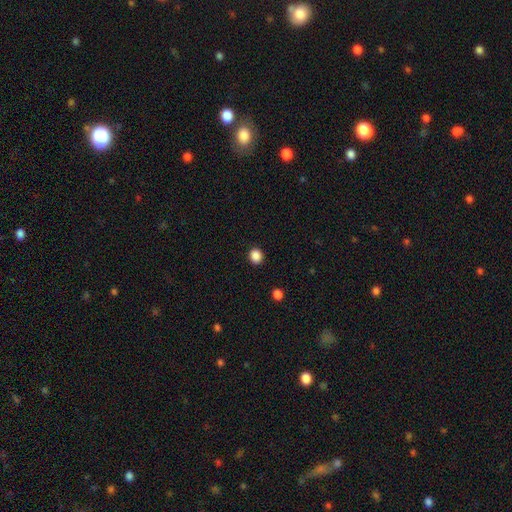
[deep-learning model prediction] smooth-or-featured: smooth: 87% | star or artifact: 10% | featured or disk: 2%
  how-rounded: round: 75% | in between: 25% | cigar-shaped: 1%
  merging: none: 91% | minor disturbance: 6% | major disturbance: 2% | merger: 1%